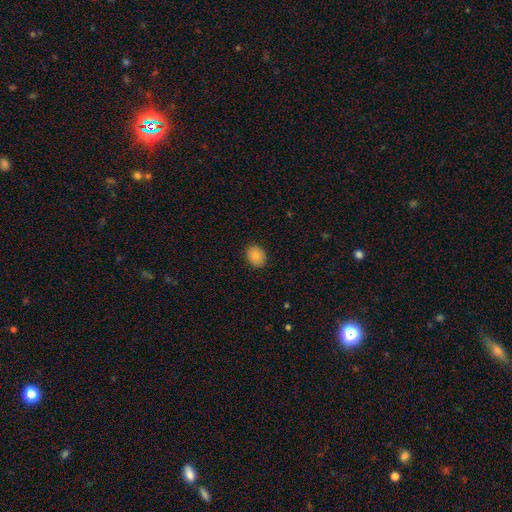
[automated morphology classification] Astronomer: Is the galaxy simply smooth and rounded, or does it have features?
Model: smooth — 83%.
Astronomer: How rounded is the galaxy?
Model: round — 52% (runner-up: in between, 47%).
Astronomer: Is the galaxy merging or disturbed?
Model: none — 89%.